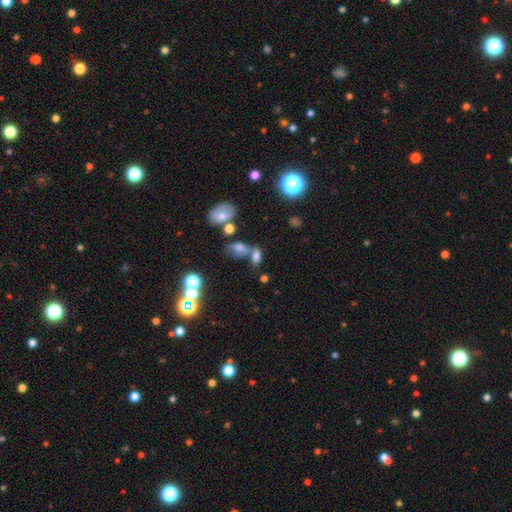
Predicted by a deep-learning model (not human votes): A smooth galaxy with no disk features (68%) that is in between round and cigar-shaped (82%).

Vote fractions:
- Smooth or featured? smooth: 68% / star or artifact: 19% / featured or disk: 13%
- How rounded? in between: 82% / round: 13% / cigar-shaped: 6%
- Merging? none: 42% / merger: 40% / minor disturbance: 12% / major disturbance: 6%